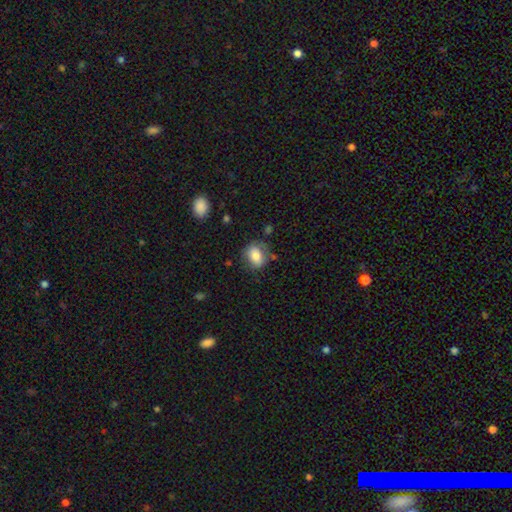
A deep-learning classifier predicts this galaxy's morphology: Q: Smooth or featured?
A: smooth (79%); runner-up: featured or disk (13%)
Q: How rounded?
A: in between (61%); runner-up: round (37%)
Q: Merging?
A: none (71%); runner-up: minor disturbance (19%)